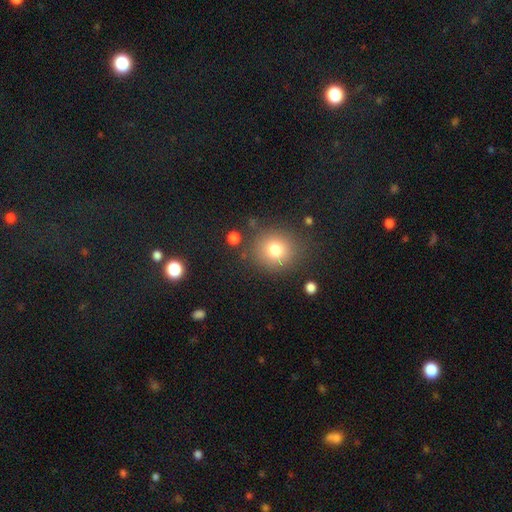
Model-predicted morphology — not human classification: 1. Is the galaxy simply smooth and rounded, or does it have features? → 65% smooth, 27% star or artifact, 8% featured or disk.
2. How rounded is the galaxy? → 84% round, 15% in between, 1% cigar-shaped.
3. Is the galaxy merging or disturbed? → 83% none, 9% minor disturbance, 4% major disturbance, 4% merger.